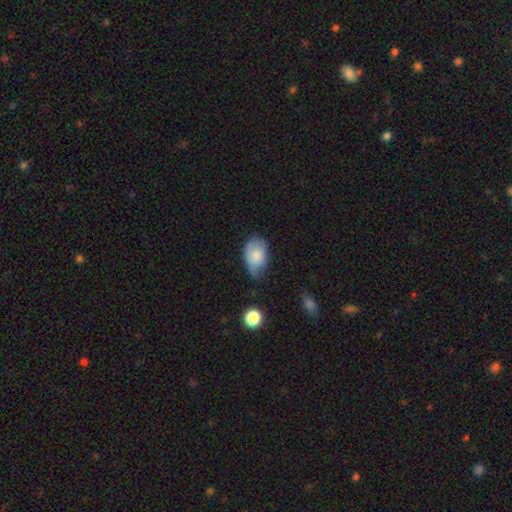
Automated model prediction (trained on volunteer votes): Smooth or featured?
  - smooth: 80% *
  - featured or disk: 12%
  - star or artifact: 7%
How rounded?
  - in between: 87% *
  - round: 12%
  - cigar-shaped: 1%
Merging?
  - minor disturbance: 43% * (tied)
  - none: 43% * (tied)
  - major disturbance: 12%
  - merger: 3%